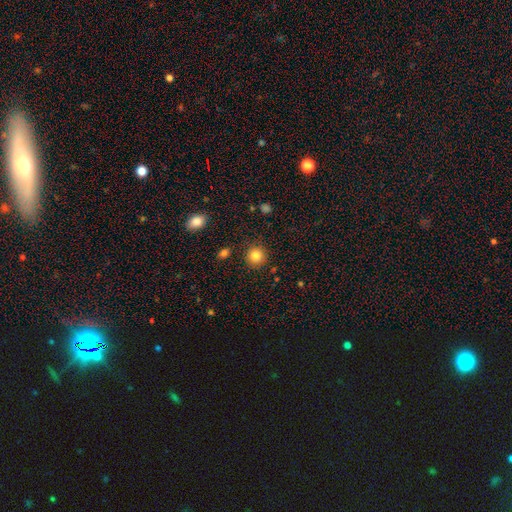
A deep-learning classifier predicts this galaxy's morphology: Q: Smooth or featured?
A: smooth (84%); runner-up: star or artifact (10%)
Q: How rounded?
A: round (92%); runner-up: in between (7%)
Q: Merging?
A: none (90%); runner-up: minor disturbance (6%)